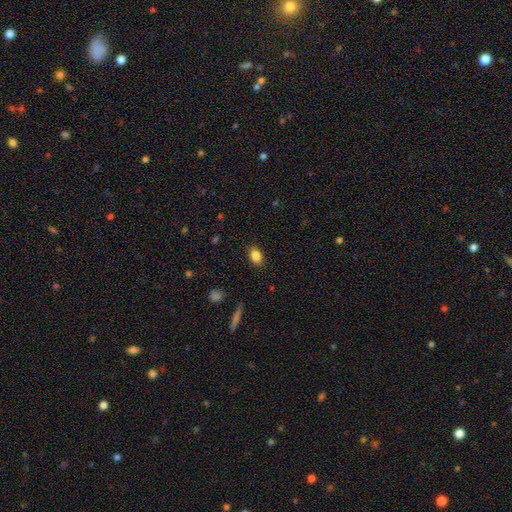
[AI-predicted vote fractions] Overall: smooth (84%). How rounded: in between (83%). Merging: none (87%).